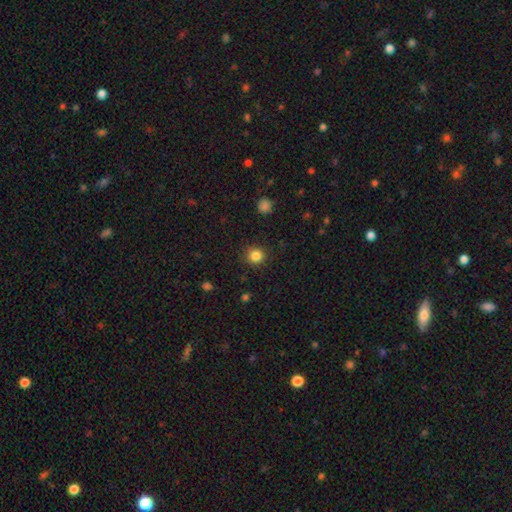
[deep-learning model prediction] The model was most divided on "smooth or featured": smooth: 85%, star or artifact: 11%, featured or disk: 4%. More confident: how rounded — round (92%); merging — none (89%).